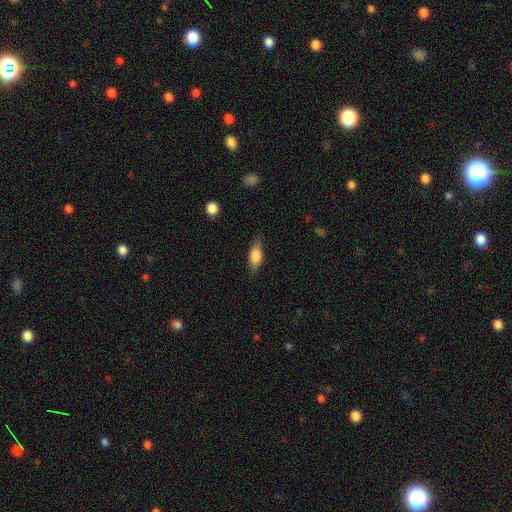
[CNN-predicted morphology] This appears to be a smooth galaxy with no disk features (72%) that is in between round and cigar-shaped (72%). Merging: none (81%).